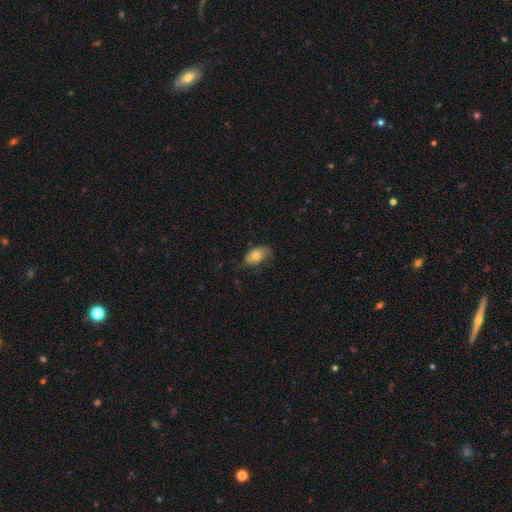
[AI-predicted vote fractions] Smooth or featured: smooth — 71% (featured or disk — 22%)
How rounded: in between — 90% (round — 7%)
Merging: none — 56% (minor disturbance — 31%)